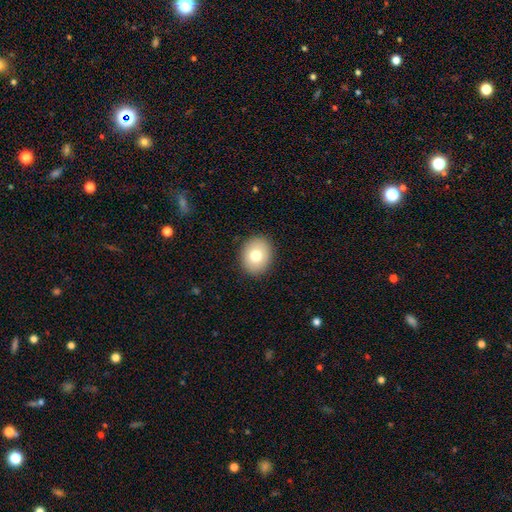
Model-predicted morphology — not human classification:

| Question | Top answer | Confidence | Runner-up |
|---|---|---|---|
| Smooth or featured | smooth | 77% | featured or disk (14%) |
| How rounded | round | 56% | in between (43%) |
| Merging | none | 90% | minor disturbance (7%) |